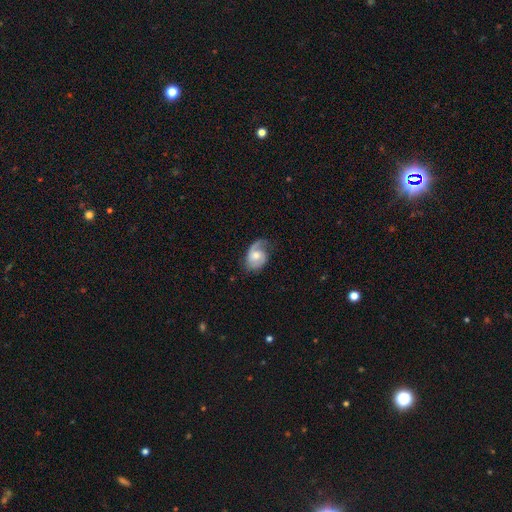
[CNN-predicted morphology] Smooth or featured?
  - featured or disk: 71% *
  - smooth: 23%
  - star or artifact: 6%
Edge-on disk?
  - no: 97% *
  - yes: 3%
Bar?
  - no: 58% *
  - weak: 35%
  - strong: 6%
Spiral arms?
  - yes: 92% *
  - no: 8%
Spiral winding?
  - medium: 43% *
  - loose: 31%
  - tight: 27%
Spiral arm count?
  - 2: 55% *
  - 1: 36%
  - can't tell: 7%
  - 3: 1%
  - 4: 1%
  - more than 4: 1%
Bulge size?
  - moderate: 60% *
  - small: 23%
  - large: 12%
  - none: 4%
  - dominant: 1%
Merging?
  - none: 55% *
  - minor disturbance: 27%
  - major disturbance: 17%
  - merger: 2%